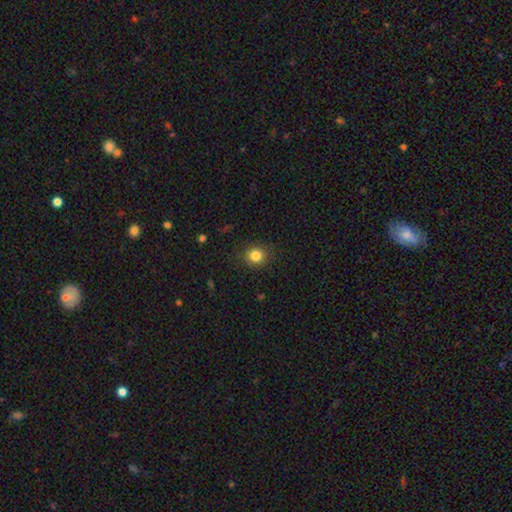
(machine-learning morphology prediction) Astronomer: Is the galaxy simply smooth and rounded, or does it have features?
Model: smooth — 84%.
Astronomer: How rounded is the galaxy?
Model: round — 84%.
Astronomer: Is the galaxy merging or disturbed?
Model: none — 87%.